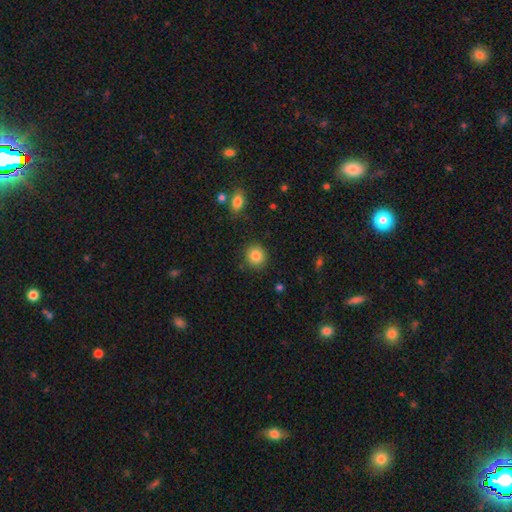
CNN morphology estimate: The model was most divided on "how rounded": round: 86%, in between: 13%, cigar-shaped: 1%. More confident: merging — none (88%); smooth or featured — smooth (85%).